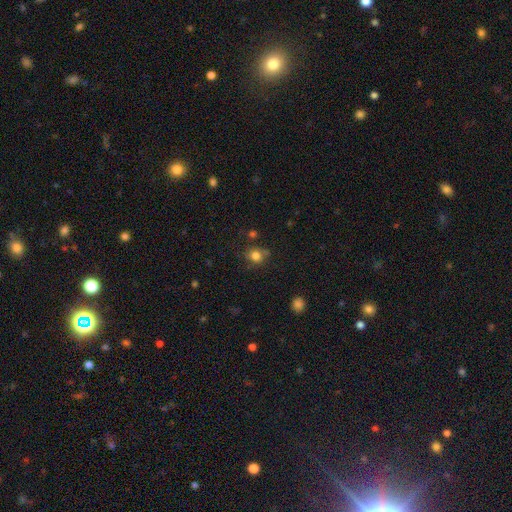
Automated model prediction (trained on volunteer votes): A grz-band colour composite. It shows a smooth galaxy with no disk features (80%) that is round (81%). Merging: none (70%).